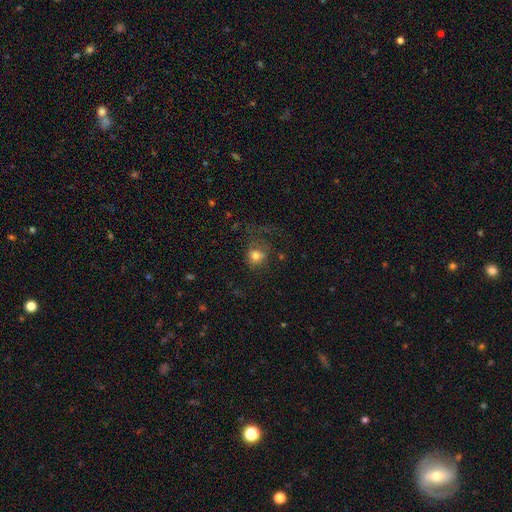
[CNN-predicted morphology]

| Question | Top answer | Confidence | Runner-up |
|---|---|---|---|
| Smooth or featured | smooth | 73% | featured or disk (13%) |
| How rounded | round | 72% | in between (26%) |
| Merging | none | 43% | major disturbance (35%) |